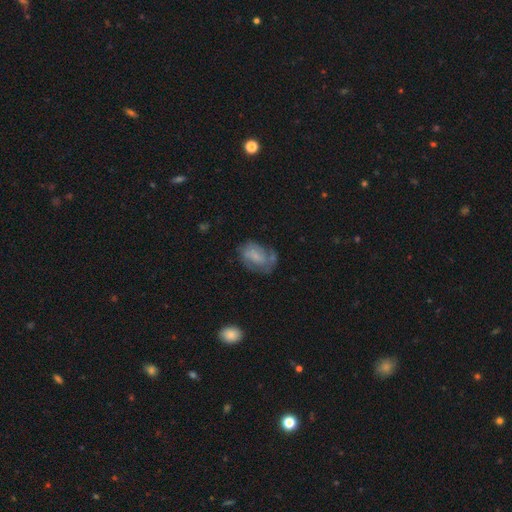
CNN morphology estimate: This appears to be a featured or disk galaxy (51%). Merging: none (49%).